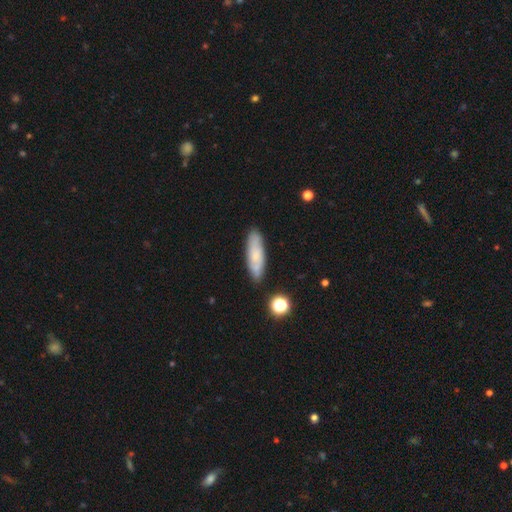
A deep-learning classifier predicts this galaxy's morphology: Overall: smooth (64%; featured or disk 28%). How rounded: cigar-shaped (59%; in between 39%). Merging: none (82%).